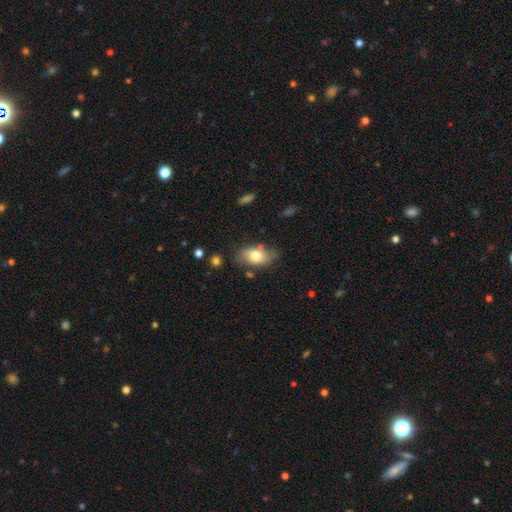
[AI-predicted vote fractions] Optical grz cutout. It shows a smooth galaxy with no disk features (72%) that is in between round and cigar-shaped (90%). Merging: none (70%).